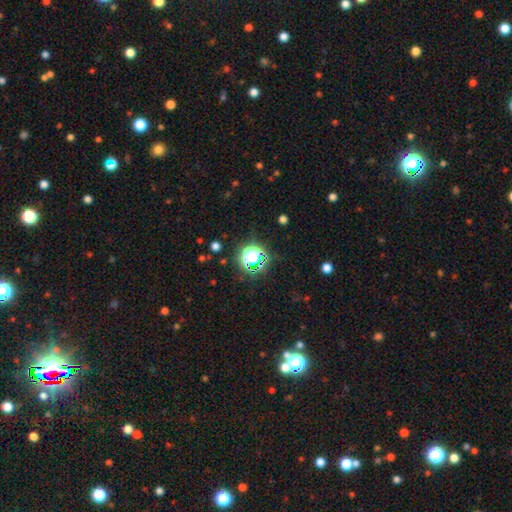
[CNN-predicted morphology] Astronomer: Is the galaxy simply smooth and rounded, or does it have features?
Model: star or artifact — 60%.